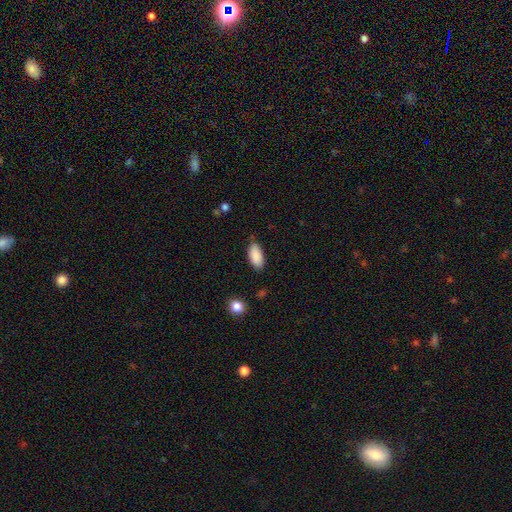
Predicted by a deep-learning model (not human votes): Overall: smooth (89%). How rounded: in between (91%). Merging: none (81%).